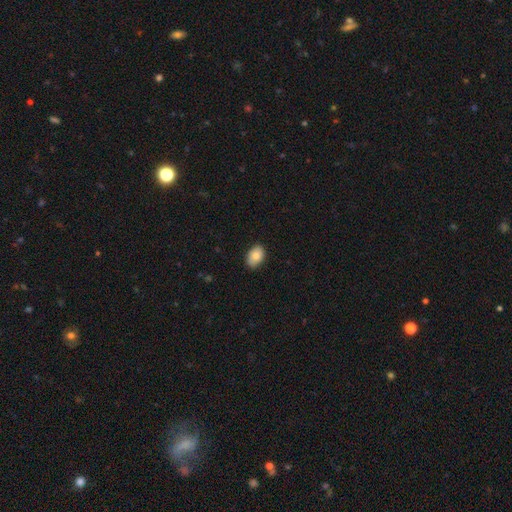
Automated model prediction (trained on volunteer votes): Overall: smooth (84%). How rounded: in between (85%). Merging: none (83%).